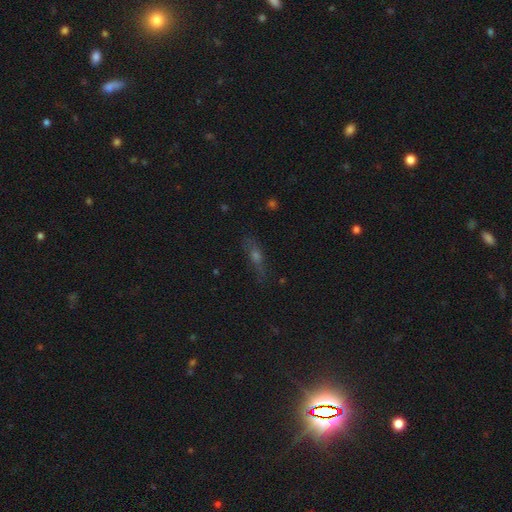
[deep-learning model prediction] Q: Smooth or featured?
A: featured or disk (41%); runner-up: smooth (34%)
Q: Merging?
A: none (78%); runner-up: minor disturbance (14%)